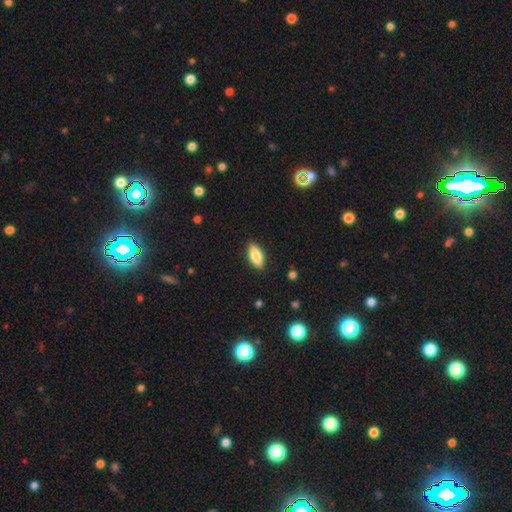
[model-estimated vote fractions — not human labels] A smooth galaxy with no disk features (77%) that is in between round and cigar-shaped (78%). Merging: none (88%).